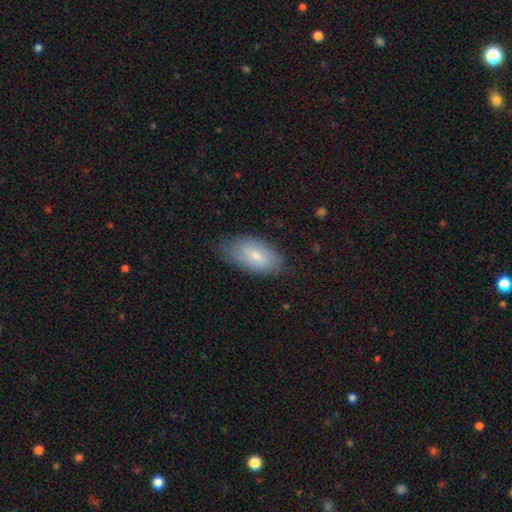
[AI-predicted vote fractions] Overall: smooth (74%). How rounded: in between (93%). Merging: none (71%).